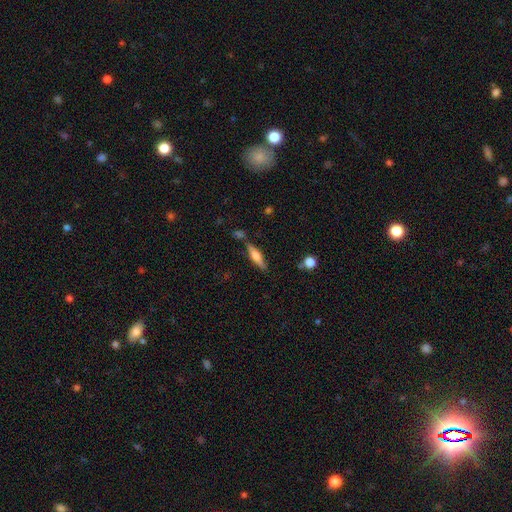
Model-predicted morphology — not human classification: This is possibly a featured or disk galaxy (51%). It is clearly viewed edge-on (94%). Merging: likely none (77%).